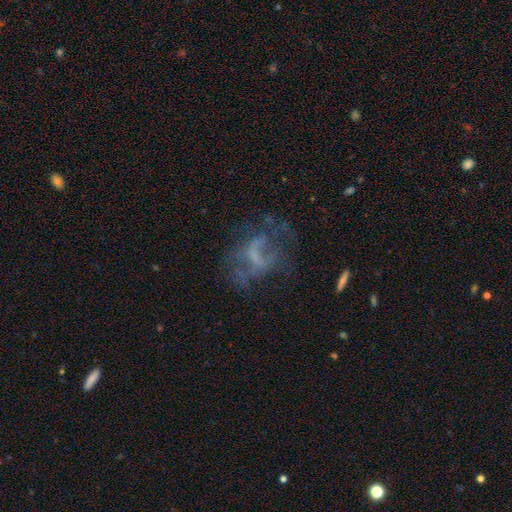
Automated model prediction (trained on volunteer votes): Smooth or featured?
  - featured or disk: 58% *
  - smooth: 23%
  - star or artifact: 19%
Edge-on disk?
  - no: 96% *
  - yes: 4%
Bar?
  - no: 62% *
  - weak: 28%
  - strong: 10%
Spiral arms?
  - no: 71% *
  - yes: 29%
Bulge size?
  - none: 60% *
  - small: 23%
  - moderate: 13%
  - large: 3%
  - dominant: 1%
Merging?
  - none: 42% *
  - major disturbance: 36%
  - minor disturbance: 17%
  - merger: 5%